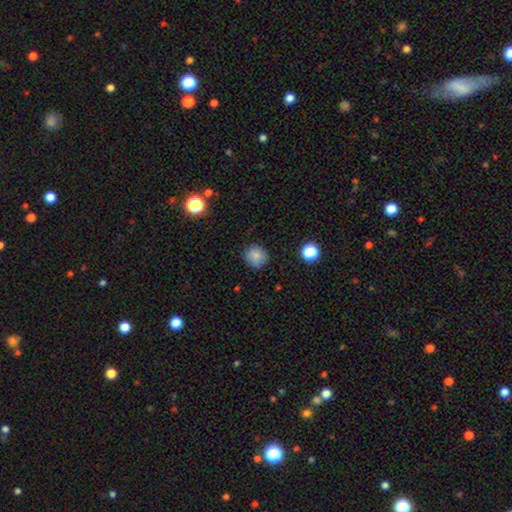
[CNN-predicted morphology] smooth_or_featured: smooth (p=0.84) [alt: star or artifact p=0.11]
how_rounded: round (p=0.91) [alt: in between p=0.08]
merging: none (p=0.84) [alt: minor disturbance p=0.11]